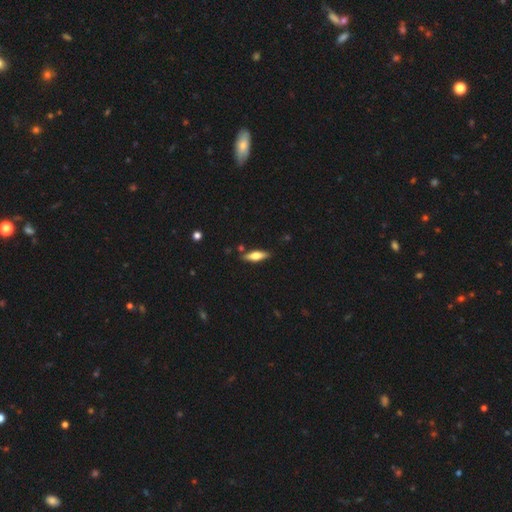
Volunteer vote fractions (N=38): Q: Smooth or featured?
A: smooth (47%); tied with: featured or disk (47%)
Q: How rounded?
A: in between (61%); runner-up: cigar-shaped (39%)
Q: Merging?
A: none (89%); runner-up: minor disturbance (11%)